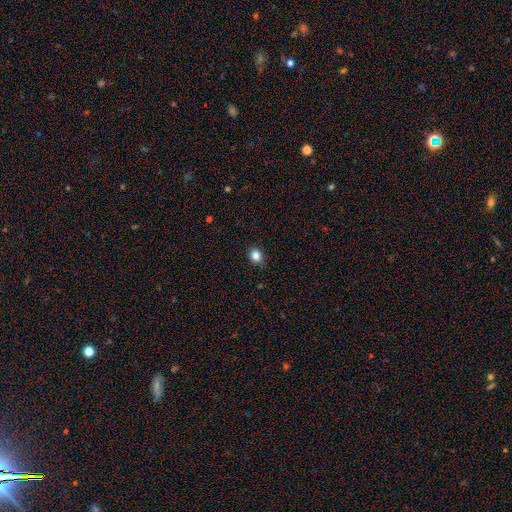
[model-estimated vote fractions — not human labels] The model was most divided on "how rounded": round: 65%, in between: 34%, cigar-shaped: 1%. More confident: merging — none (85%); smooth or featured — smooth (84%).